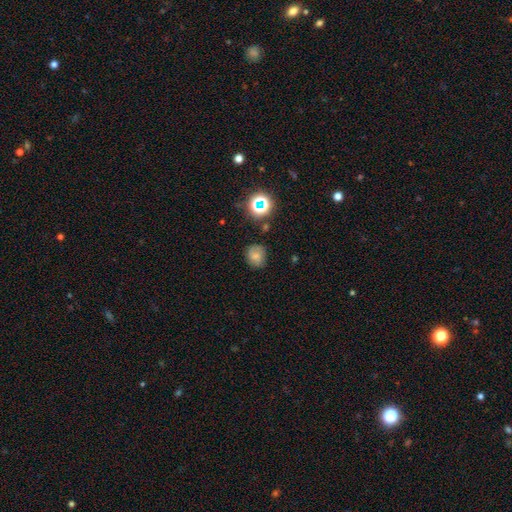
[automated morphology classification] This appears to be a smooth galaxy with no disk features (69%) that is round (77%). Merging: none (74%).